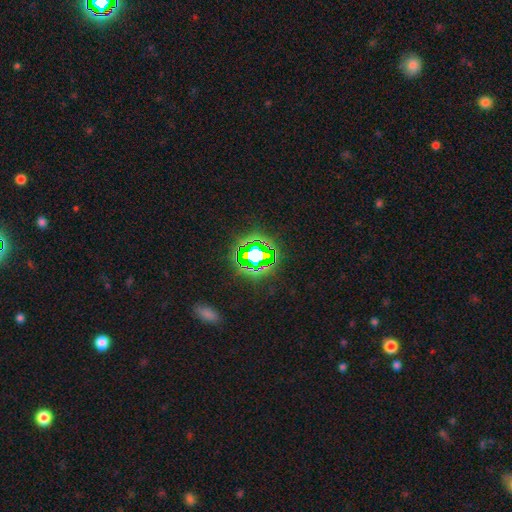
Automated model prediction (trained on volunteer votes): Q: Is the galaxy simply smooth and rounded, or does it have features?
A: star or artifact — 72%.